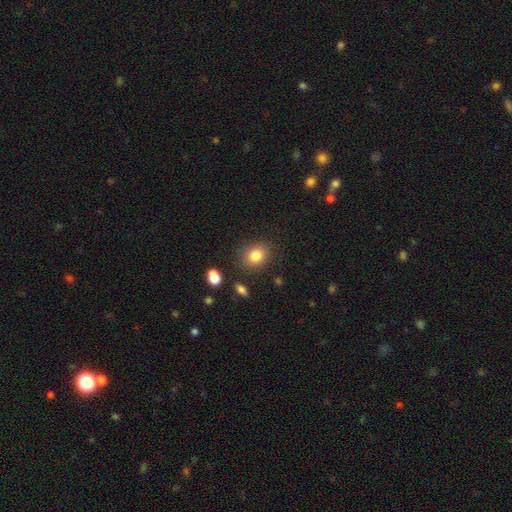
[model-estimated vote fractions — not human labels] smooth-or-featured: smooth: 82% | star or artifact: 11% | featured or disk: 7%
  how-rounded: round: 61% | in between: 38% | cigar-shaped: 1%
  merging: none: 84% | minor disturbance: 10% | major disturbance: 3% | merger: 3%